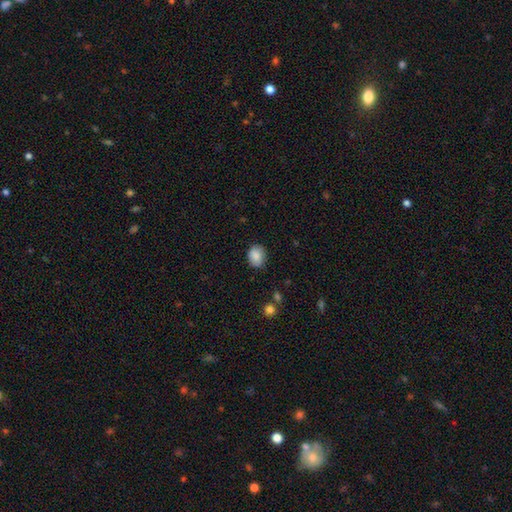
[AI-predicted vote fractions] Morphology: type=smooth (87%); roundness=in between (60%); merging=none (79%).